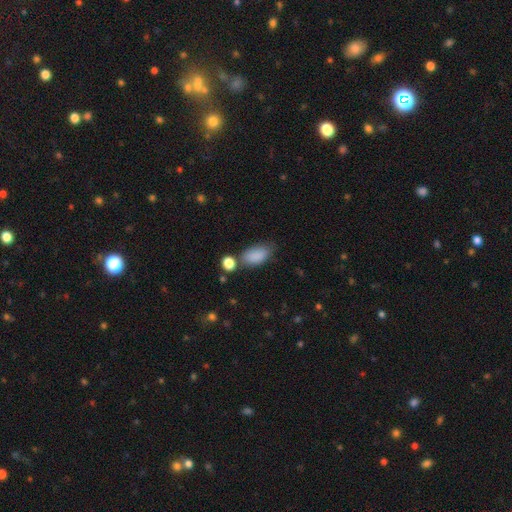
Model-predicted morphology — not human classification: This is clearly a smooth galaxy (87%). How rounded: clearly in between (91%). Merging: possibly none (59%).